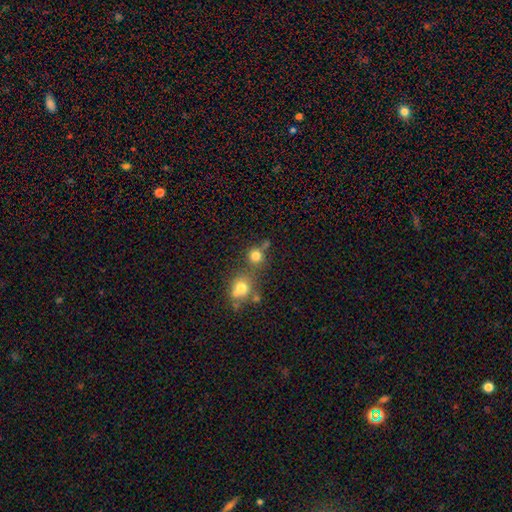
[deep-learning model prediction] A smooth galaxy with no disk features (77%) that is round (88%). Merging: none (59%).